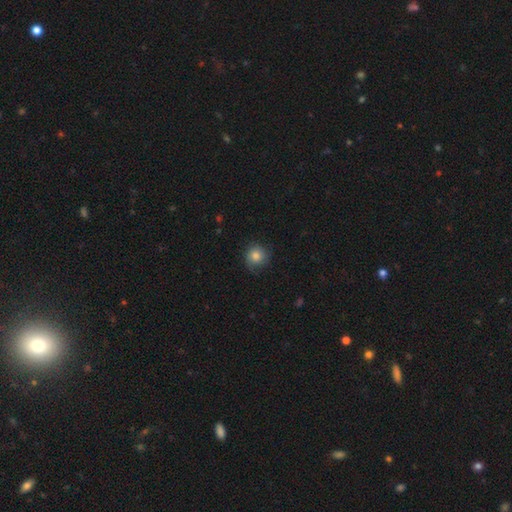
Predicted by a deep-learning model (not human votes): smooth_or_featured: smooth (p=0.75) [alt: featured or disk p=0.16]
how_rounded: round (p=0.91) [alt: in between p=0.08]
merging: none (p=0.72) [alt: minor disturbance p=0.20]